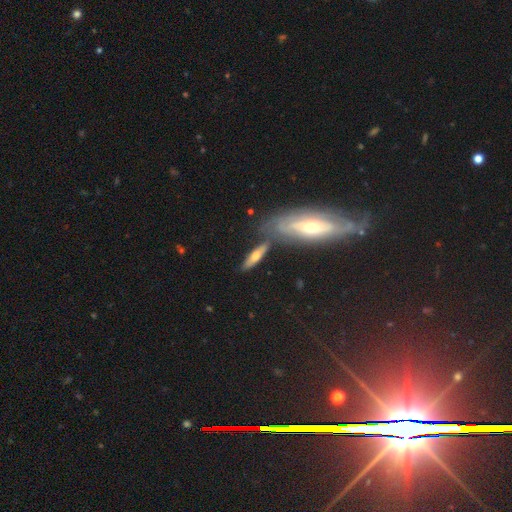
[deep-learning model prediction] A smooth galaxy with no disk features (54%) that is cigar-shaped (63%). Merging: none (61%).